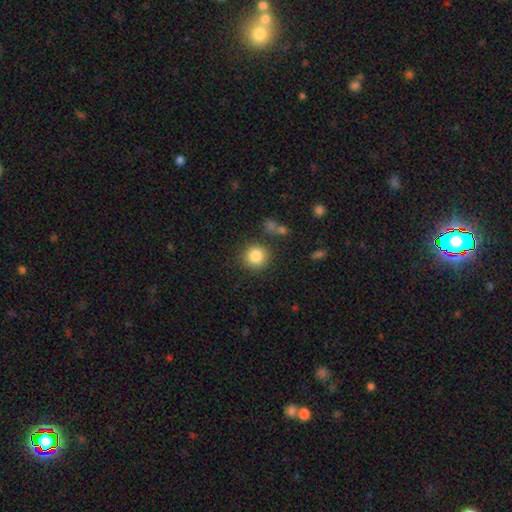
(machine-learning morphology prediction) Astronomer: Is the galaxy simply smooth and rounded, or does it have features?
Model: smooth — 84%.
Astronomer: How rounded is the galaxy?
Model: round — 92%.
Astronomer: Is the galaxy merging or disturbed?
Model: none — 84%.